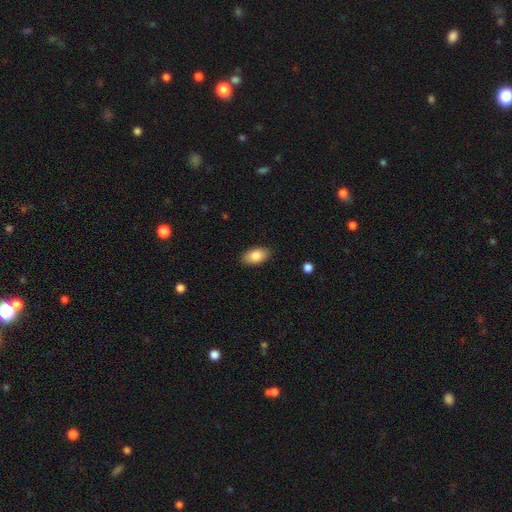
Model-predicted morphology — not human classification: This appears to be a smooth galaxy with no disk features (84%) that is in between round and cigar-shaped (94%). Merging: none (88%).